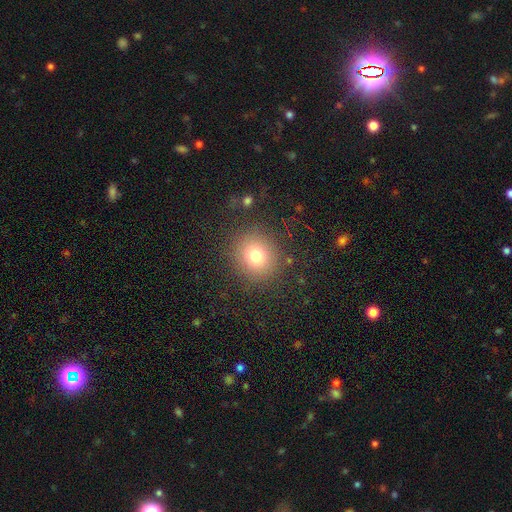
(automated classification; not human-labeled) Q: Smooth or featured?
A: smooth (75%); runner-up: star or artifact (15%)
Q: How rounded?
A: round (88%); runner-up: in between (11%)
Q: Merging?
A: none (86%); runner-up: minor disturbance (8%)